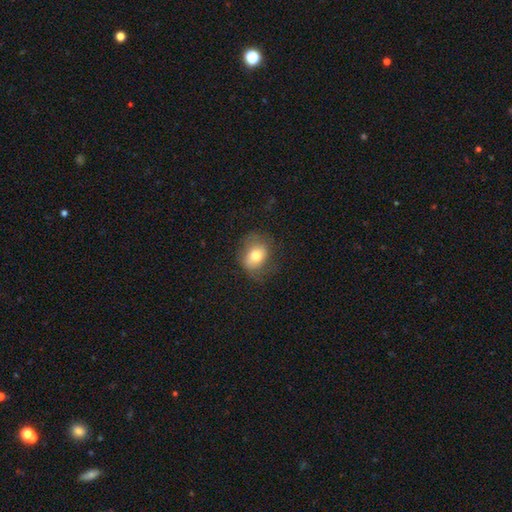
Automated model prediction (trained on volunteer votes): This appears to be a smooth galaxy with no disk features (71%) that is in between round and cigar-shaped (61%). Merging: none (64%).